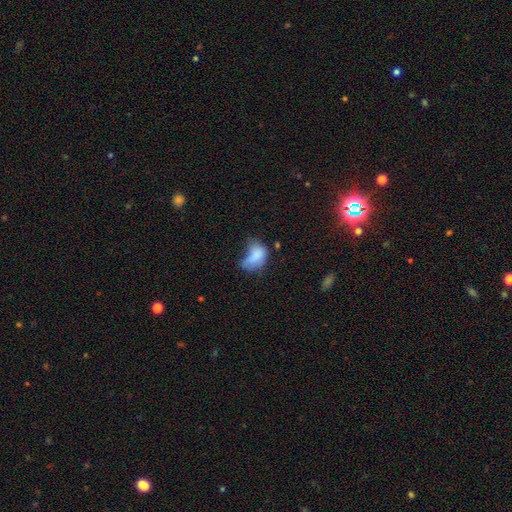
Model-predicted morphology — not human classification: A smooth galaxy with no disk features (76%) that is in between round and cigar-shaped (85%). Merging: major disturbance (38%).